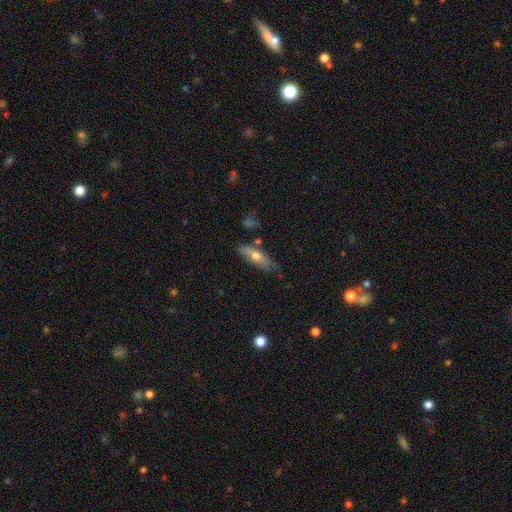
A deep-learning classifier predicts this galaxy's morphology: smooth-or-featured: smooth: 62% | featured or disk: 32% | star or artifact: 6%
  how-rounded: in between: 54% | cigar-shaped: 43% | round: 3%
  merging: none: 62% | minor disturbance: 26% | merger: 7% | major disturbance: 6%